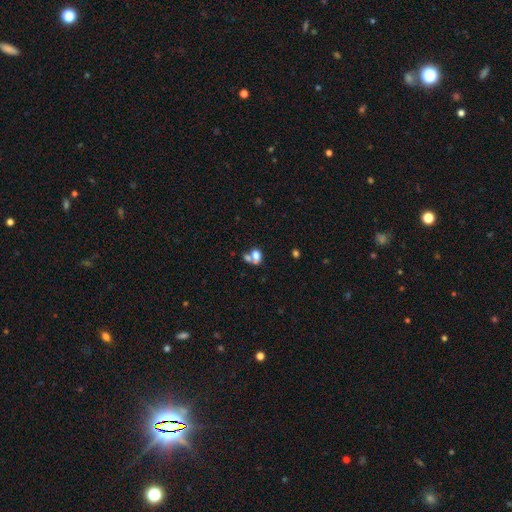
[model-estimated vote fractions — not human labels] This appears to be a smooth galaxy with no disk features (72%) that is in between round and cigar-shaped (72%). Merging: merger (54%).